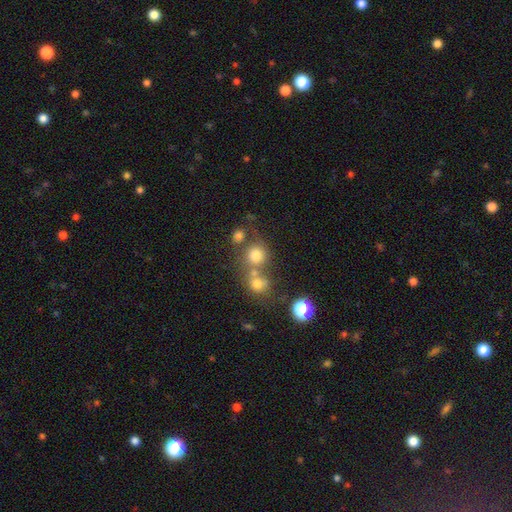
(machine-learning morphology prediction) Smooth or featured? Predicted: smooth (p=0.74). How rounded? Predicted: round (p=0.86). Merging? Predicted: none (p=0.52).